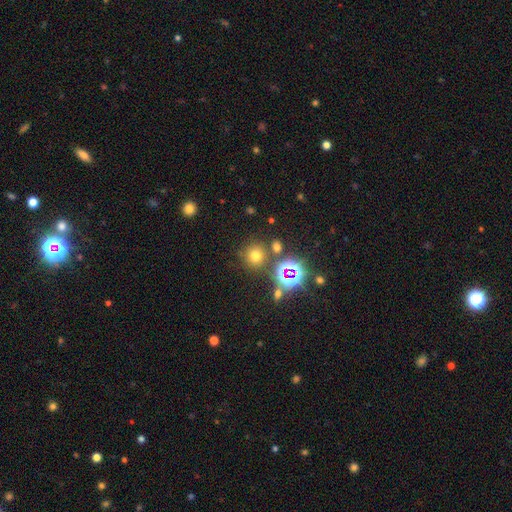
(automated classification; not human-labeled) A smooth galaxy with no disk features (61%) that is round (91%). Merging: none (79%).